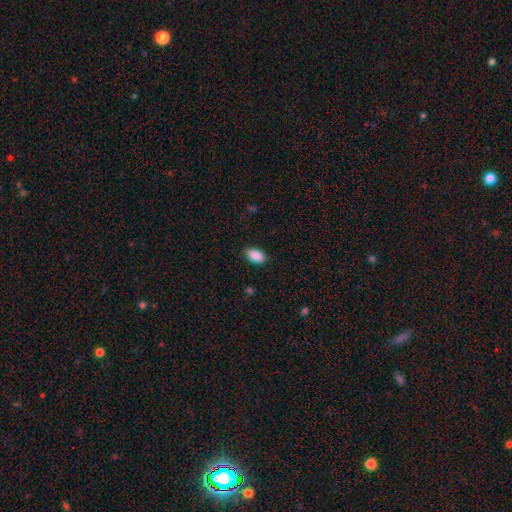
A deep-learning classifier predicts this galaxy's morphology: smooth 89%, star or artifact 7%, featured or disk 4%. Down the decision tree: how rounded — in between (92%); merging — none (86%).